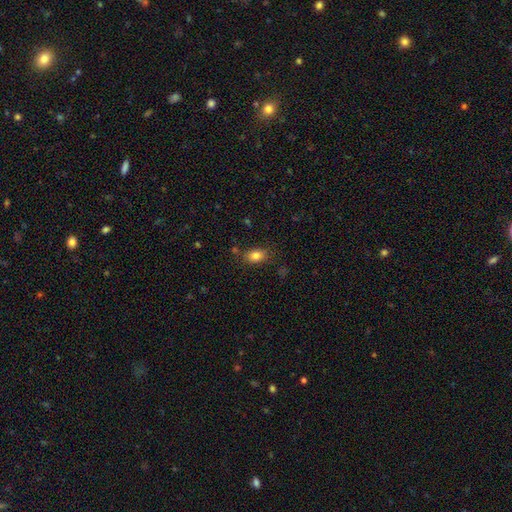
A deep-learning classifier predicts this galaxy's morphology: A smooth galaxy with no disk features (82%) that is in between round and cigar-shaped (80%).

Vote fractions:
- Smooth or featured? smooth: 82% / star or artifact: 10% / featured or disk: 8%
- How rounded? in between: 80% / round: 18% / cigar-shaped: 2%
- Merging? none: 79% / minor disturbance: 14% / major disturbance: 4% / merger: 3%